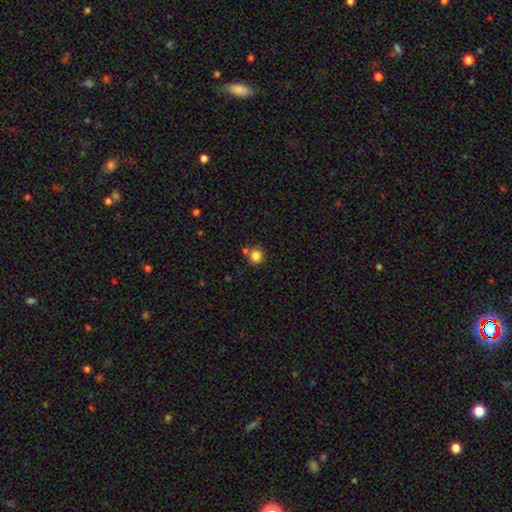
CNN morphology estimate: The model was most divided on "merging": none: 71%, merger: 16%, minor disturbance: 10%, major disturbance: 3%. More confident: how rounded — round (93%); smooth or featured — smooth (84%).